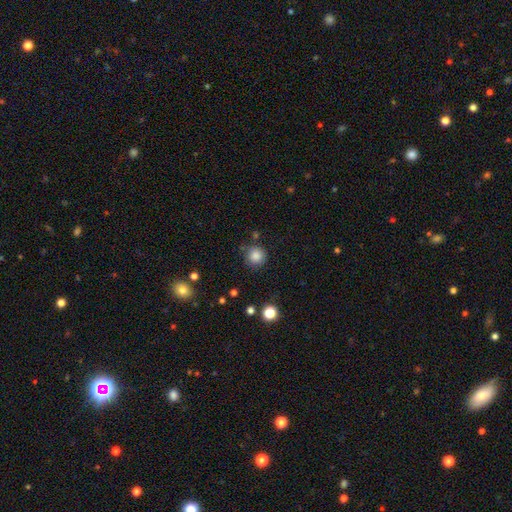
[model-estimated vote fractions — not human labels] Morphology: type=smooth (85%); roundness=round (94%); merging=none (78%).